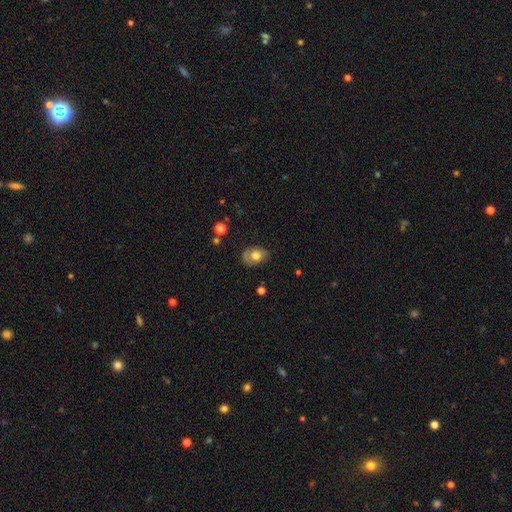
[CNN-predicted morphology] This appears to be a smooth galaxy with no disk features (70%) that is in between round and cigar-shaped (74%). Merging: none (67%).